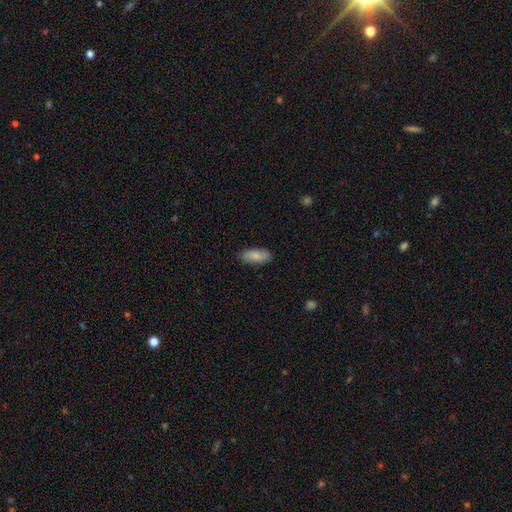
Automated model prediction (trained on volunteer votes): Morphology: type=smooth (82%); roundness=in between (85%); merging=none (83%).